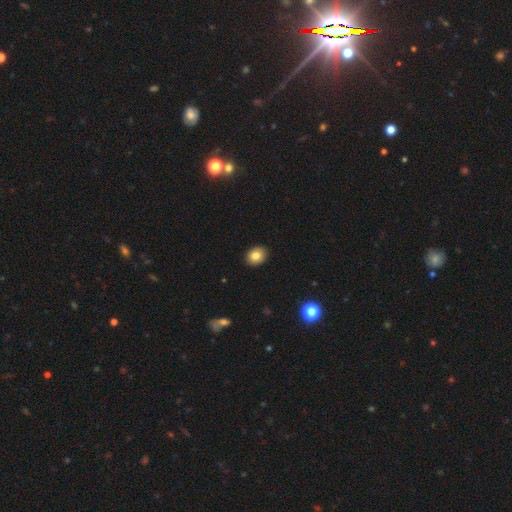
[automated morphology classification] Smooth or featured?
  - smooth: 83% *
  - star or artifact: 9%
  - featured or disk: 8%
How rounded?
  - round: 54% *
  - in between: 45%
  - cigar-shaped: 1%
Merging?
  - none: 91% *
  - minor disturbance: 6%
  - major disturbance: 2%
  - merger: 1%